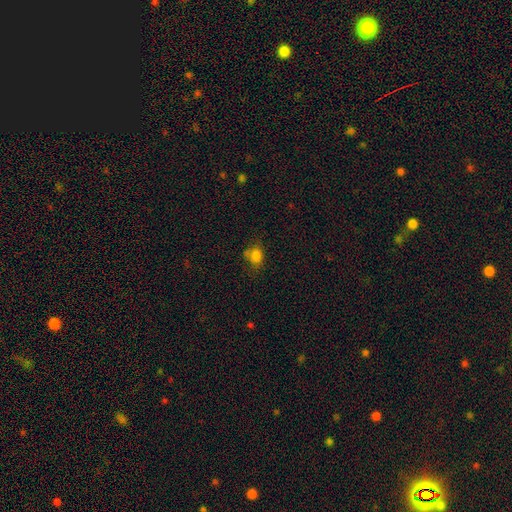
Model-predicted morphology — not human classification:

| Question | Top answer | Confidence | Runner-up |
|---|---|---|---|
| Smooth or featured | smooth | 79% | star or artifact (13%) |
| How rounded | in between | 50% | round (49%) |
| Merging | none | 54% | minor disturbance (26%) |